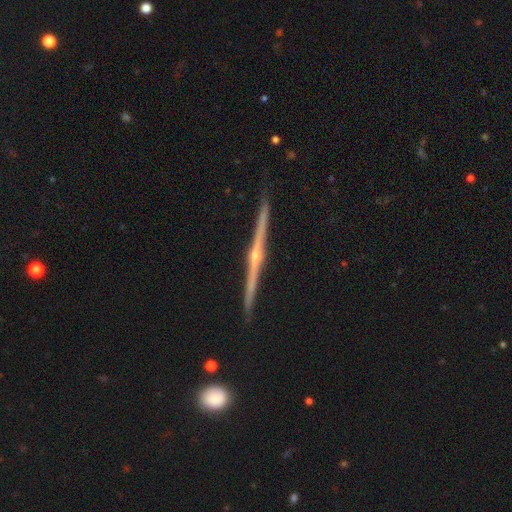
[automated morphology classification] smooth_or_featured: featured or disk (p=0.88) [alt: smooth p=0.07]
disk_edge_on: yes (p=0.99) [alt: no p=0.01]
edge_on_bulge: rounded (p=0.87) [alt: none p=0.10]
merging: none (p=0.92) [alt: minor disturbance p=0.06]